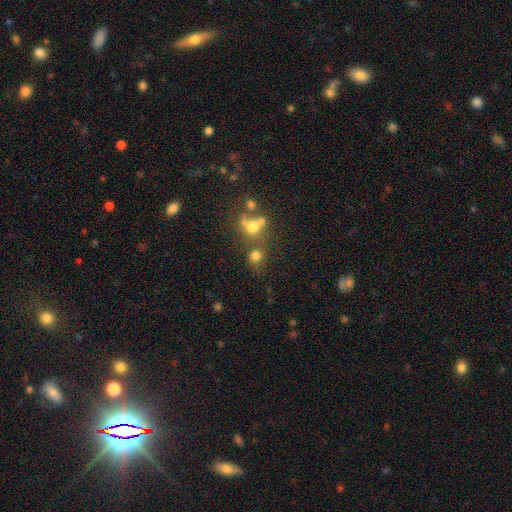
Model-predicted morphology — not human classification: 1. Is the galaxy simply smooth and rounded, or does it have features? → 70% smooth, 17% star or artifact, 13% featured or disk.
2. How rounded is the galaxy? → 80% round, 18% in between, 1% cigar-shaped.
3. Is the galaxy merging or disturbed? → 52% none, 31% merger, 10% minor disturbance, 7% major disturbance.